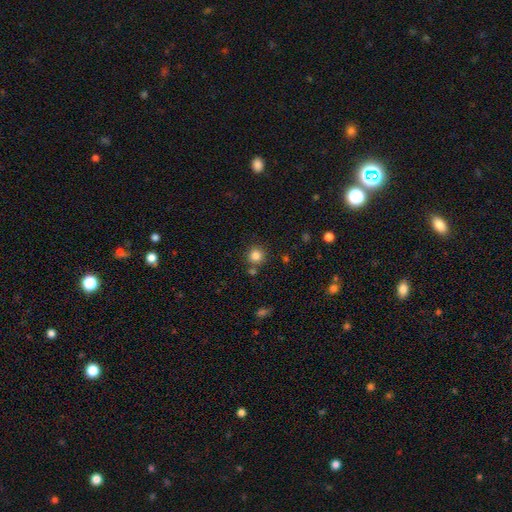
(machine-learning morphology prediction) This is clearly a smooth galaxy (83%). How rounded: clearly round (93%). Merging: clearly none (80%).